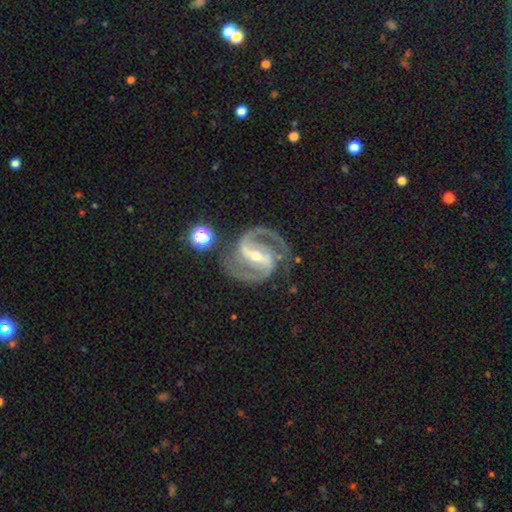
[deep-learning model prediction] A featured or disk galaxy (93%) with a strong bar (69%), 2 (93%) medium (62%) spiral arms (99%) and a small central bulge (50%).

Vote fractions:
- Smooth or featured? featured or disk: 93% / star or artifact: 4% / smooth: 2%
- Edge-on disk? no: 98% / yes: 2%
- Bar? strong: 69% / weak: 24% / no: 7%
- Spiral arms? yes: 99% / no: 1%
- Spiral winding? medium: 62% / tight: 30% / loose: 8%
- Spiral arm count? 2: 93% / 3: 2% / can't tell: 1% / 1: 1% / 4: 1% / more than 4: 1%
- Bulge size? small: 50% / moderate: 47% / large: 2% / none: 1% / dominant: 1%
- Merging? none: 81% / minor disturbance: 12% / major disturbance: 5% / merger: 2%